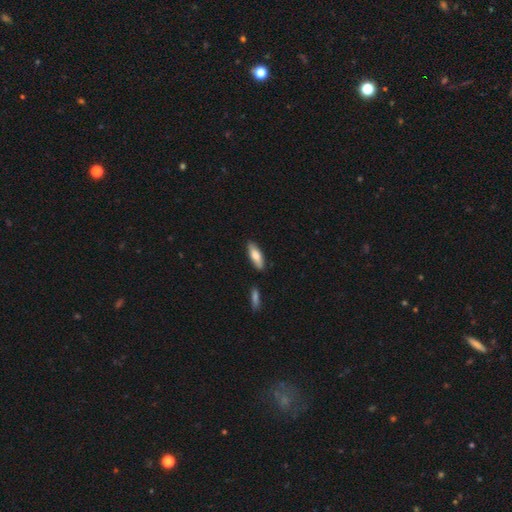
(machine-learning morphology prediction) smooth 76%, featured or disk 19%, star or artifact 6%. Down the decision tree: how rounded — in between (60%); merging — none (85%).